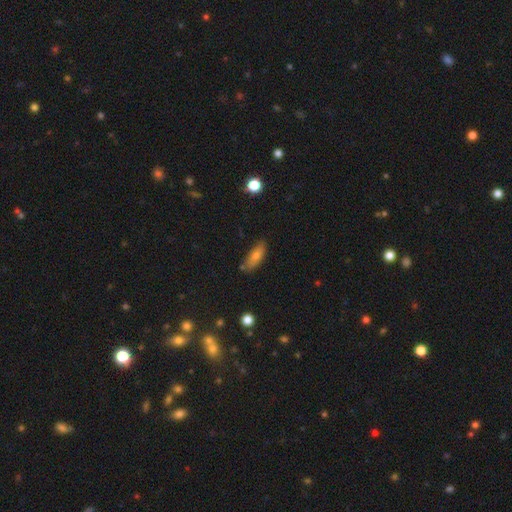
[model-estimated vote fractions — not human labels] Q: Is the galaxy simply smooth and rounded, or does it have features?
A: smooth — 71%.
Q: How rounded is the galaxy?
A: in between — 65%.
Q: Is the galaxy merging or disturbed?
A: none — 75%.